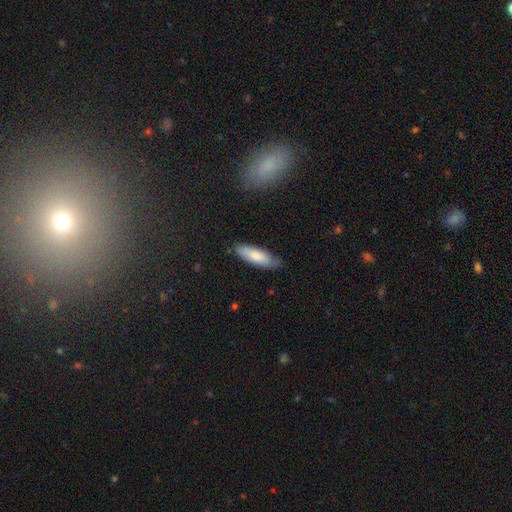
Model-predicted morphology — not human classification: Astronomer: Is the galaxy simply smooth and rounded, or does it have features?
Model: smooth — 78%.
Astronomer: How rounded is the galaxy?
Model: in between — 57% (runner-up: cigar-shaped, 41%).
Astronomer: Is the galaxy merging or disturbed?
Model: none — 74%.